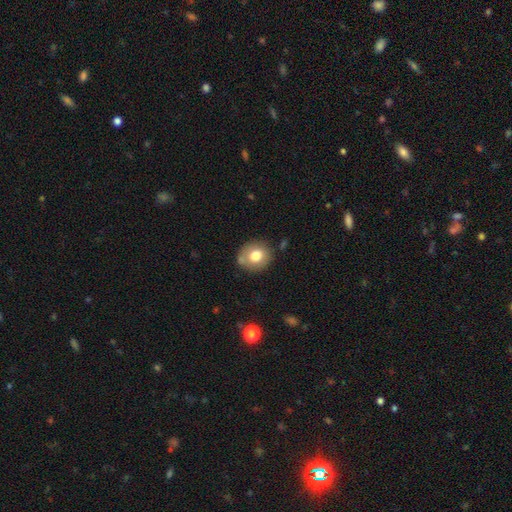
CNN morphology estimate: smooth 75%, featured or disk 17%, star or artifact 9%. Down the decision tree: how rounded — round (74%); merging — none (75%).